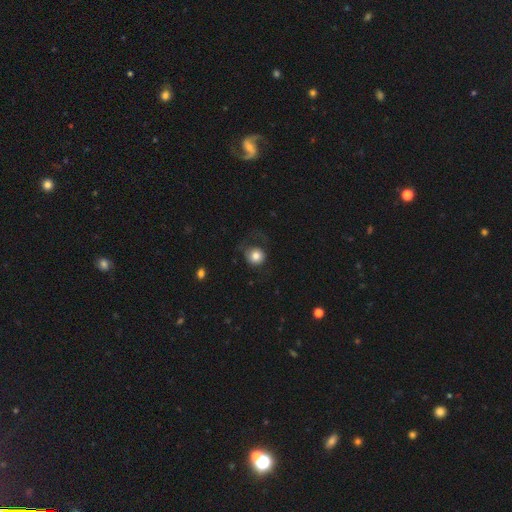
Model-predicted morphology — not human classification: A smooth galaxy with no disk features (77%) that is round (87%).

Vote fractions:
- Smooth or featured? smooth: 77% / featured or disk: 13% / star or artifact: 9%
- How rounded? round: 87% / in between: 12% / cigar-shaped: 1%
- Merging? none: 51% / major disturbance: 27% / minor disturbance: 19% / merger: 2%